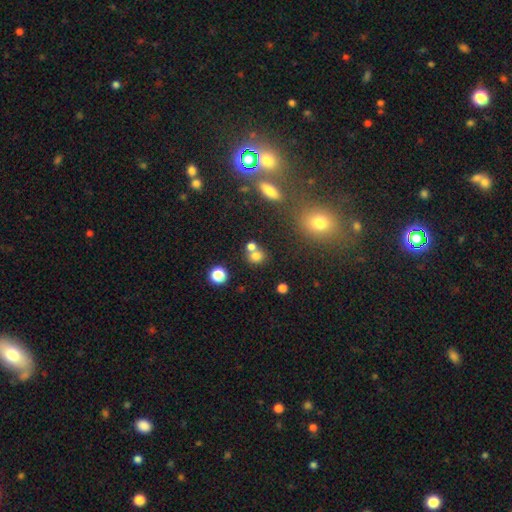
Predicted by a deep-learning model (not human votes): smooth_or_featured: smooth (p=0.73) [alt: star or artifact p=0.17]
how_rounded: round (p=0.79) [alt: in between p=0.19]
merging: none (p=0.50) [alt: merger p=0.38]